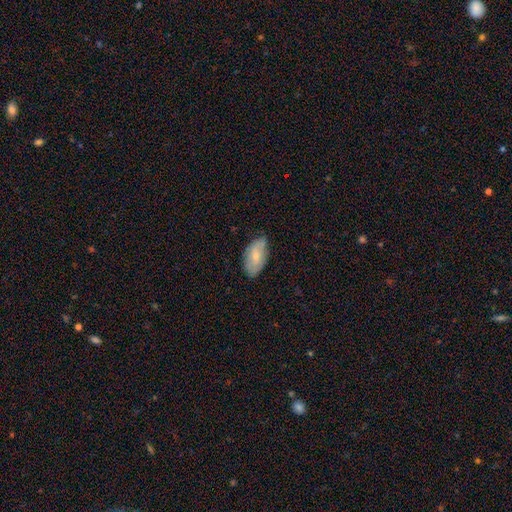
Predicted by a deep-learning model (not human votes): This is likely a smooth galaxy (64%). How rounded: clearly in between (93%). Merging: likely none (69%).